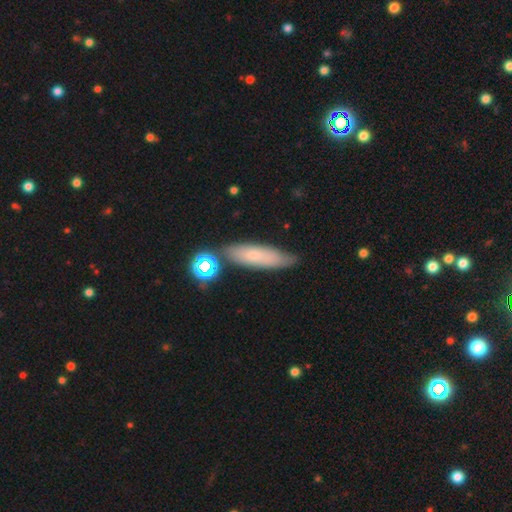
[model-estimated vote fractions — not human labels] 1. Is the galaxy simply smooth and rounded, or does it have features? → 70% smooth, 20% featured or disk, 10% star or artifact.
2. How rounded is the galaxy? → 59% cigar-shaped, 38% in between, 3% round.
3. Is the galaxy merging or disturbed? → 73% none, 17% minor disturbance, 6% merger, 4% major disturbance.